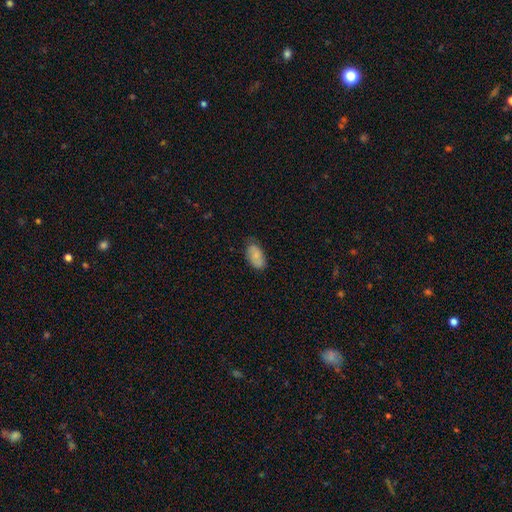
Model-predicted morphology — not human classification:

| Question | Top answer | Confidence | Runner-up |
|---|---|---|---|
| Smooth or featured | smooth | 72% | featured or disk (21%) |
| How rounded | in between | 93% | round (4%) |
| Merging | none | 68% | minor disturbance (25%) |